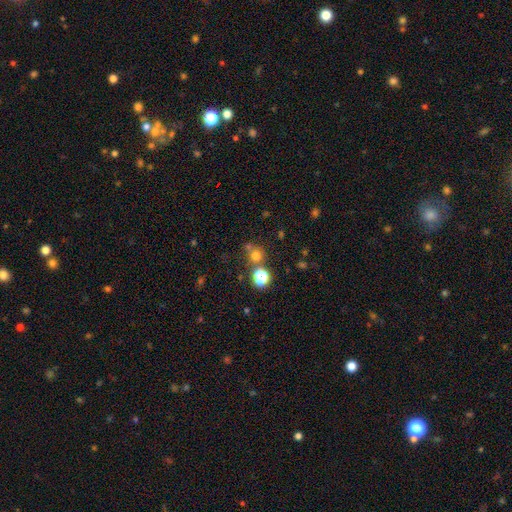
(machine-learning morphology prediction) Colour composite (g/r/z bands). It shows a smooth galaxy with no disk features (67%) that is round (89%). Merging: none (64%).